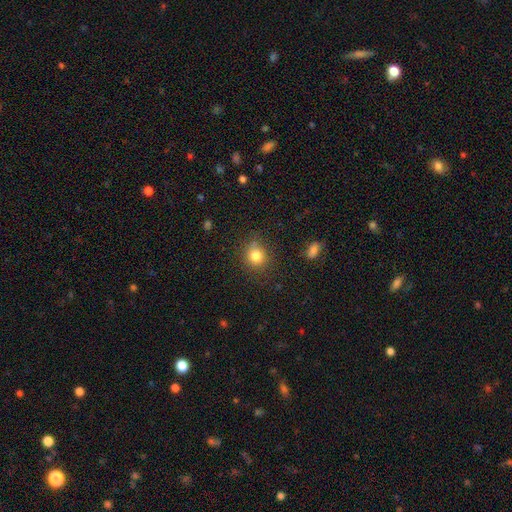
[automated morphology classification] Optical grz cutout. It shows a smooth galaxy with no disk features (81%) that is round (80%). Merging: none (75%).